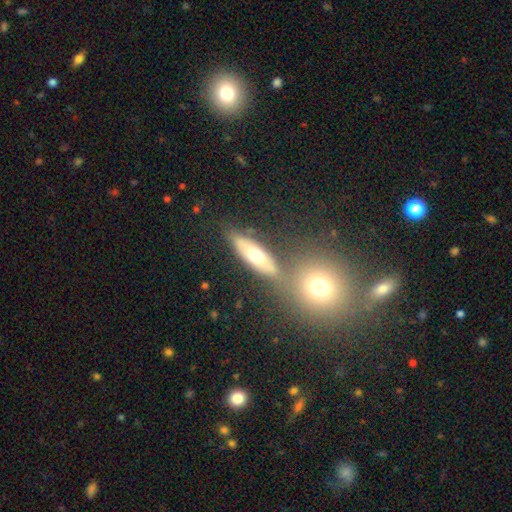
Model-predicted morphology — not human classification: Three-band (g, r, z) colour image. It shows a smooth galaxy with no disk features (56%) that is in between round and cigar-shaped (54%). Merging: none (64%).